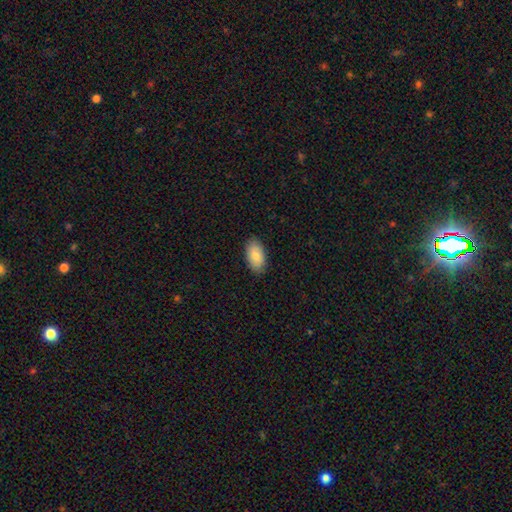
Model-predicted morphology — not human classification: Smooth or featured?
  - smooth: 84% *
  - featured or disk: 9%
  - star or artifact: 6%
How rounded?
  - in between: 95% *
  - round: 3%
  - cigar-shaped: 2%
Merging?
  - none: 87% *
  - minor disturbance: 10%
  - major disturbance: 2%
  - merger: 1%